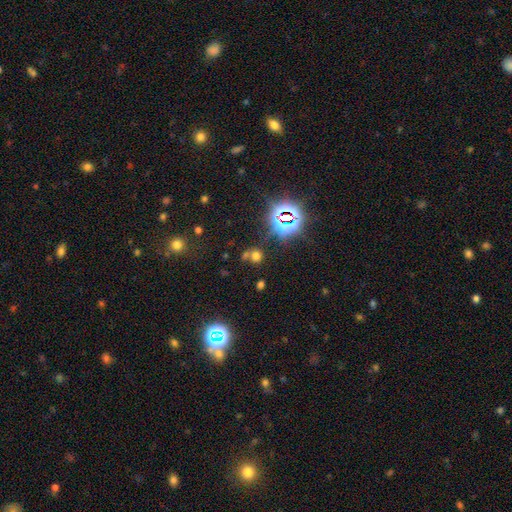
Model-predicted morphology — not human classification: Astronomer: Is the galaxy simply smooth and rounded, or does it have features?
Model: smooth — 51% (runner-up: star or artifact, 40%).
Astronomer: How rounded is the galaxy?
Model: round — 80%.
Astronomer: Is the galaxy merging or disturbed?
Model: none — 59%.